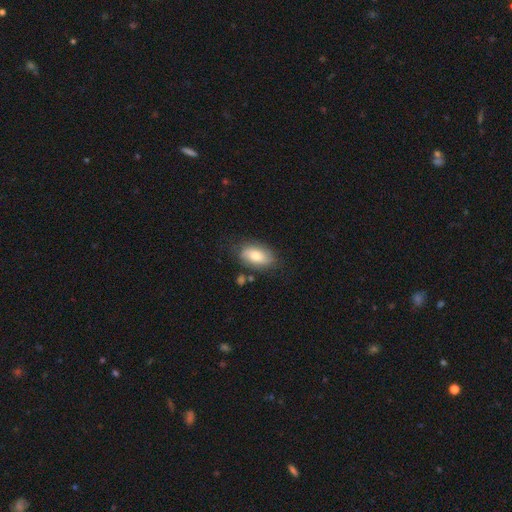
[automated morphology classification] Smooth or featured? smooth (72%)
How rounded? in between (91%)
Merging? none (72%)